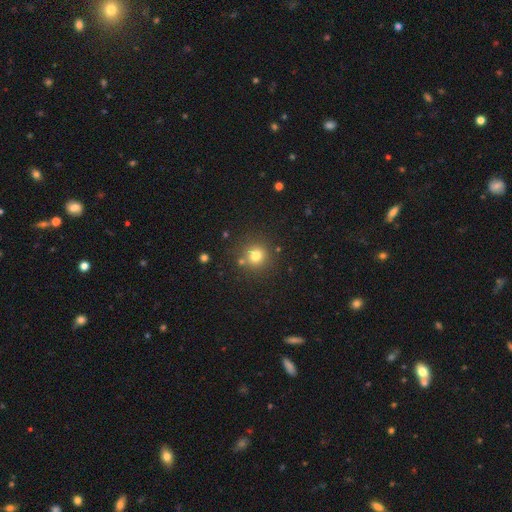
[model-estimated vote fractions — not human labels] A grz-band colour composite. It shows a smooth galaxy with no disk features (77%) that is round (93%). Merging: none (81%).